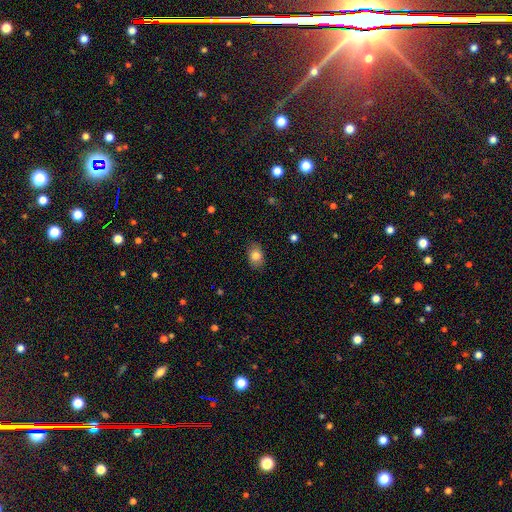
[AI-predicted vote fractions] A smooth galaxy with no disk features (82%) that is in between round and cigar-shaped (76%). Merging: none (82%).